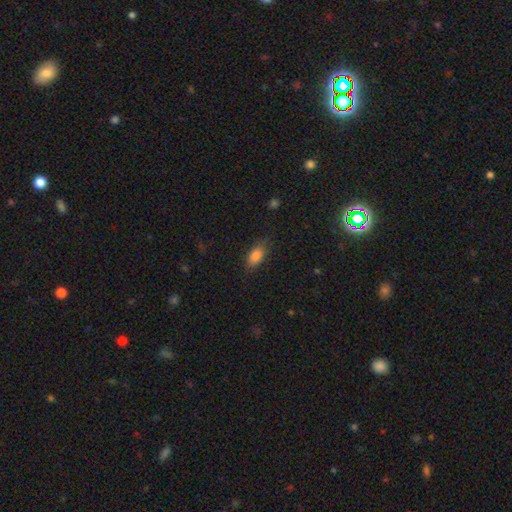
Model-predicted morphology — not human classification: Overall: smooth (84%). How rounded: in between (86%). Merging: none (78%).